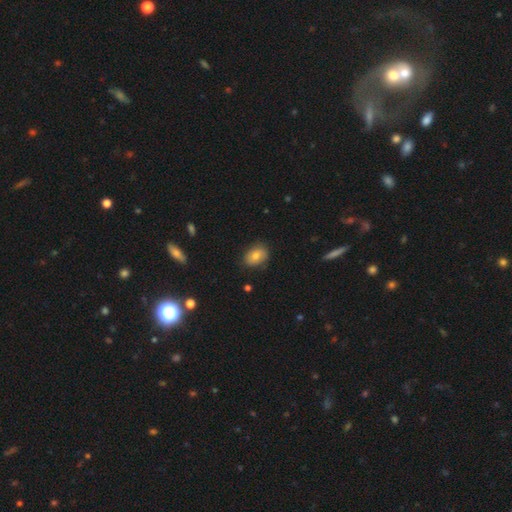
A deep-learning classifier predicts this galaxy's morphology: Q: Smooth or featured?
A: smooth (75%); runner-up: featured or disk (16%)
Q: How rounded?
A: in between (72%); runner-up: round (26%)
Q: Merging?
A: none (79%); runner-up: minor disturbance (16%)